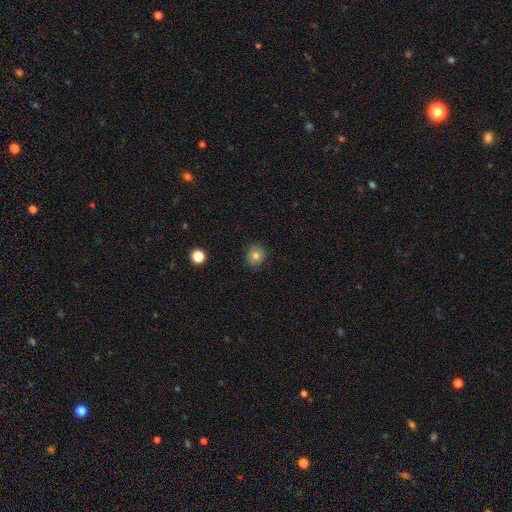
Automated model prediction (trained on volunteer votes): This appears to be a smooth galaxy with no disk features (77%) that is round (74%). Merging: none (87%).